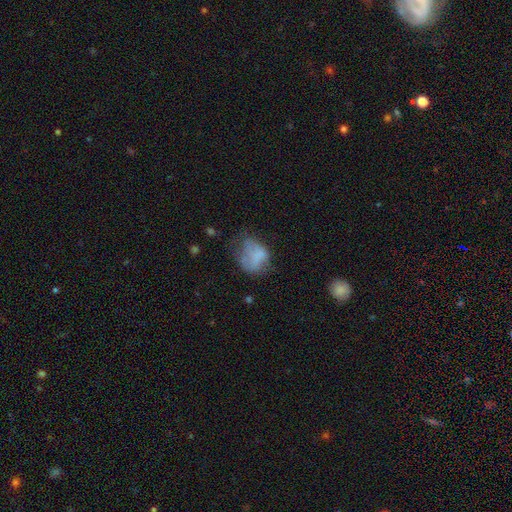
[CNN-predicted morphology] type=smooth (62%); roundness=in between (65%); merging=major disturbance (34%).